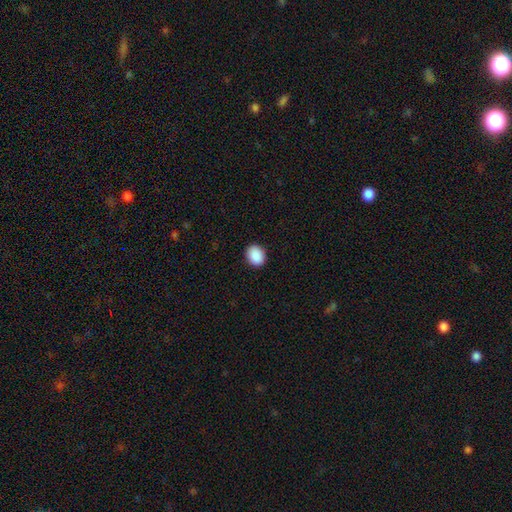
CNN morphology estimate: Q: Smooth or featured?
A: smooth (90%); runner-up: star or artifact (7%)
Q: How rounded?
A: in between (55%); runner-up: round (44%)
Q: Merging?
A: none (91%); runner-up: minor disturbance (7%)